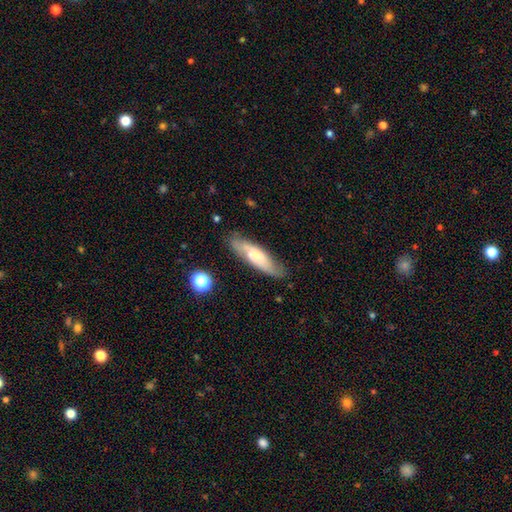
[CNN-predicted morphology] smooth_or_featured: featured or disk (p=0.48) [alt: smooth p=0.45]
merging: none (p=0.74) [alt: minor disturbance p=0.18]